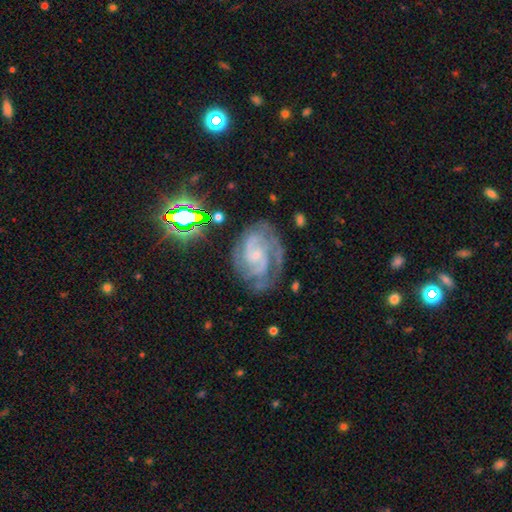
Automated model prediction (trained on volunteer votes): featured or disk 84%, star or artifact 9%, smooth 7%. Down the decision tree: edge-on disk — no (97%); bar — no (61%); spiral arms — yes (97%); spiral arm count — 2 (46%); spiral winding — tight (52%); bulge size — small (70%); merging — none (66%).